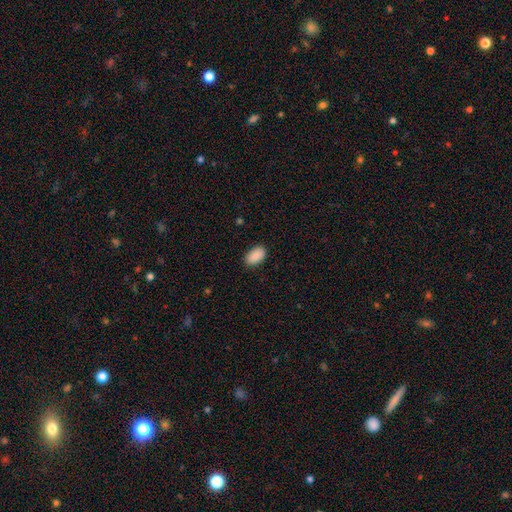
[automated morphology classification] Smooth or featured? smooth (90%)
How rounded? in between (94%)
Merging? none (87%)